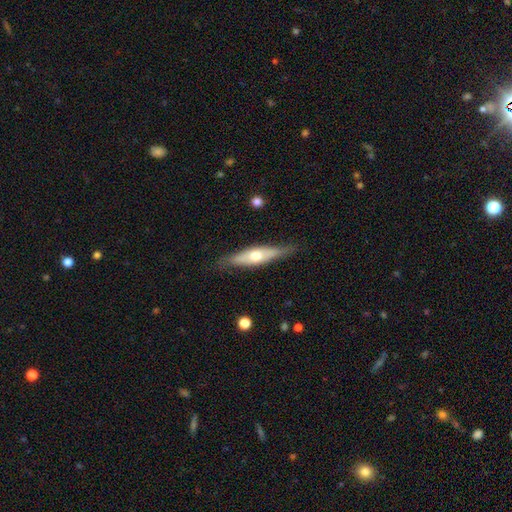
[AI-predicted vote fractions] The model was most divided on "smooth or featured": featured or disk: 55%, smooth: 40%, star or artifact: 6%. More confident: edge-on disk — yes (84%); merging — none (81%).